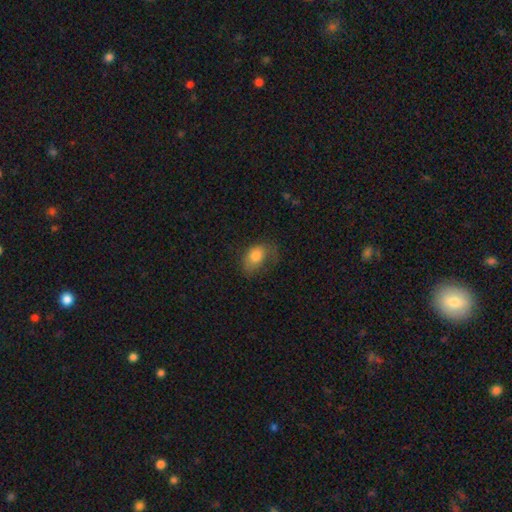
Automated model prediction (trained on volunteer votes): This is likely a smooth galaxy (78%). How rounded: clearly in between (81%). Merging: marginally none (39%).